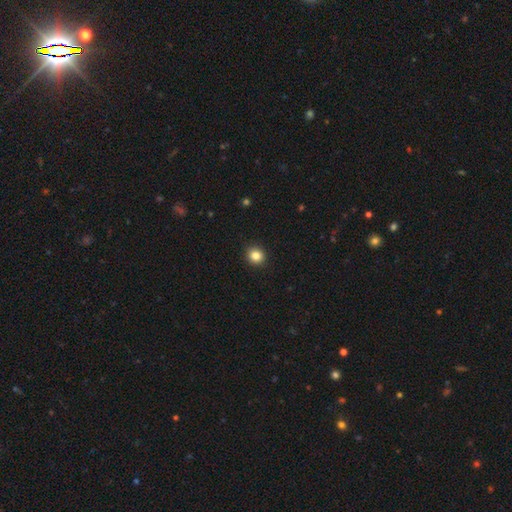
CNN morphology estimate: Smooth or featured?
  - smooth: 85% *
  - star or artifact: 11%
  - featured or disk: 5%
How rounded?
  - round: 84% *
  - in between: 15%
  - cigar-shaped: 1%
Merging?
  - none: 92% *
  - minor disturbance: 5%
  - major disturbance: 2%
  - merger: 1%